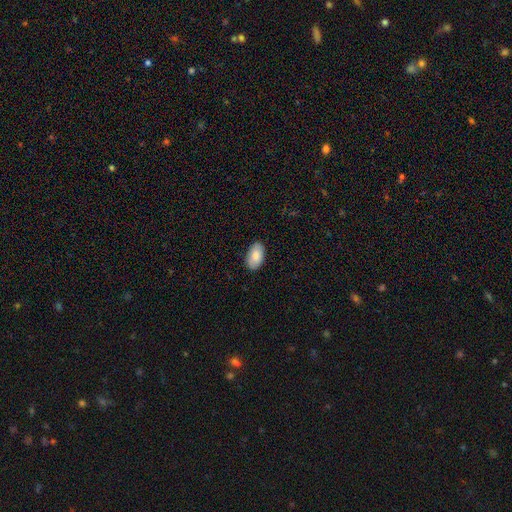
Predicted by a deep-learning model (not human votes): Morphology: type=smooth (86%); roundness=in between (94%); merging=none (88%).